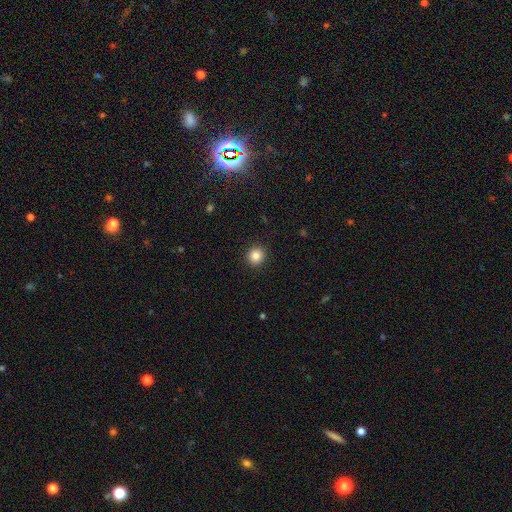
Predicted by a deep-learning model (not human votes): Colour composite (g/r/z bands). It shows a smooth galaxy with no disk features (85%) that is round (93%). Merging: none (92%).